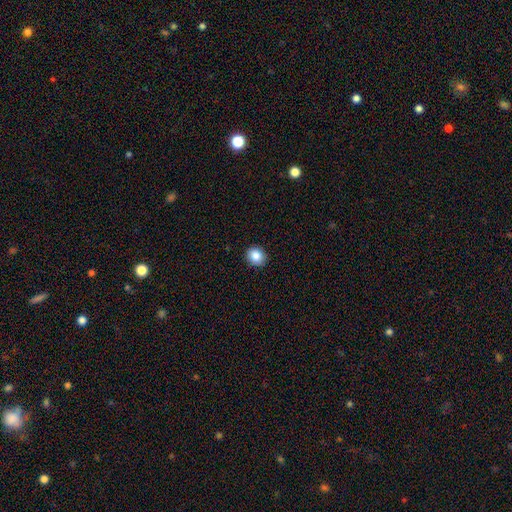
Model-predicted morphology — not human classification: The model was most divided on "how rounded": round: 79%, in between: 20%, cigar-shaped: 1%. More confident: merging — none (92%); smooth or featured — smooth (87%).